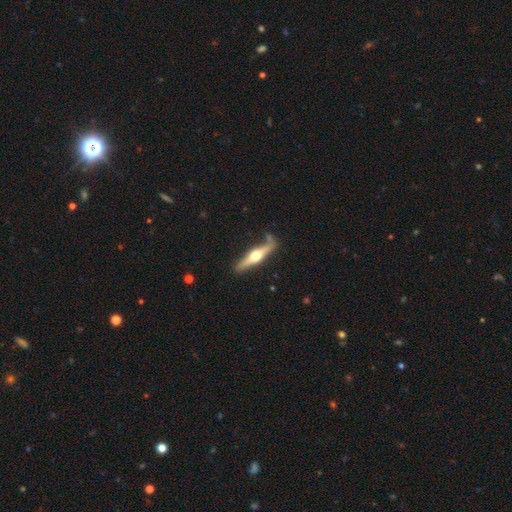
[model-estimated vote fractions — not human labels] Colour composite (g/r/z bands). It shows a featured or disk galaxy (69%) viewed edge-on (96%) with a rounded central bulge (95%). Merging: none (78%).